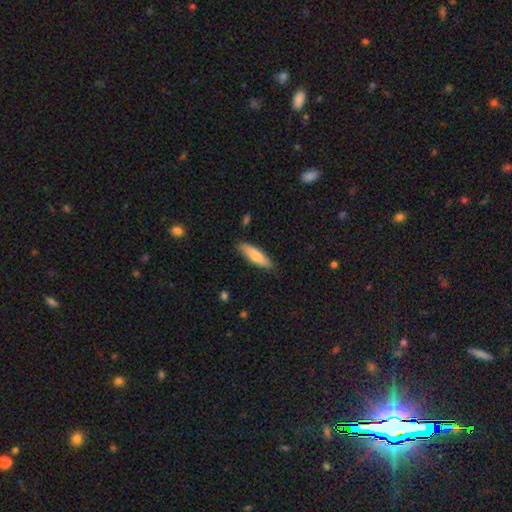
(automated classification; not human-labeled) Morphology: type=smooth (72%); roundness=cigar-shaped (64%); merging=none (86%).